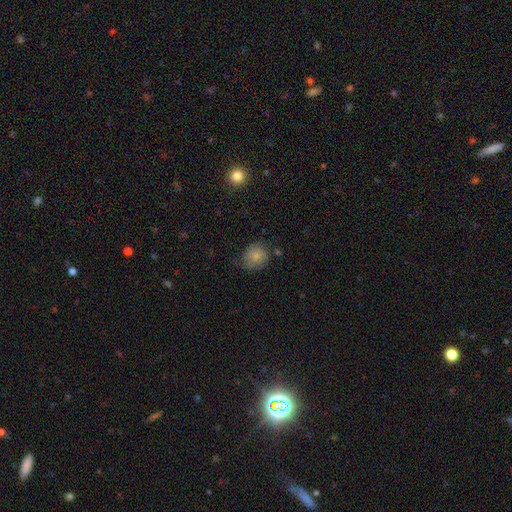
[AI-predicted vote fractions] smooth 77%, featured or disk 15%, star or artifact 8%. Down the decision tree: how rounded — round (78%); merging — none (65%).